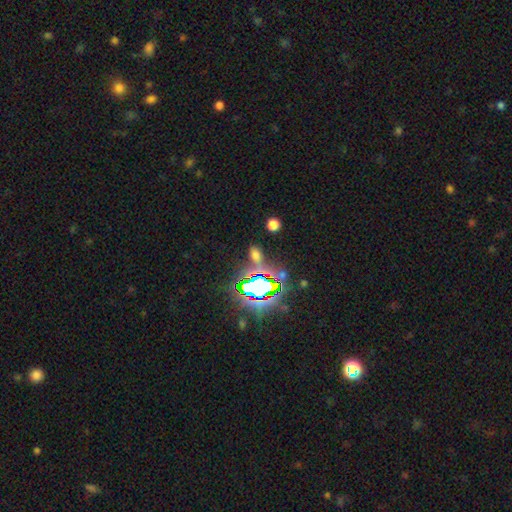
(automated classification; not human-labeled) The model was most divided on "smooth or featured": smooth: 47%, star or artifact: 43%, featured or disk: 10%. More confident: merging — none (71%).